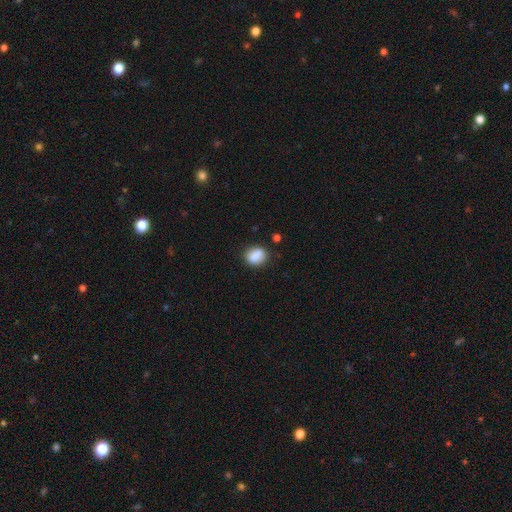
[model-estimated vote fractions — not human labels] A smooth galaxy with no disk features (86%) that is in between round and cigar-shaped (57%). Merging: none (78%).